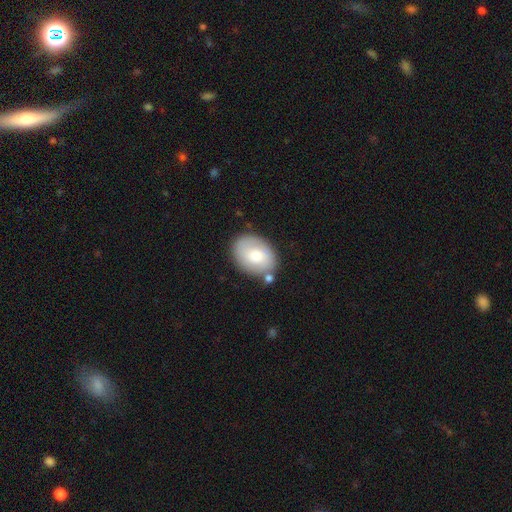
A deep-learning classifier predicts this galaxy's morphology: A smooth galaxy with no disk features (73%) that is in between round and cigar-shaped (72%). Merging: none (73%).